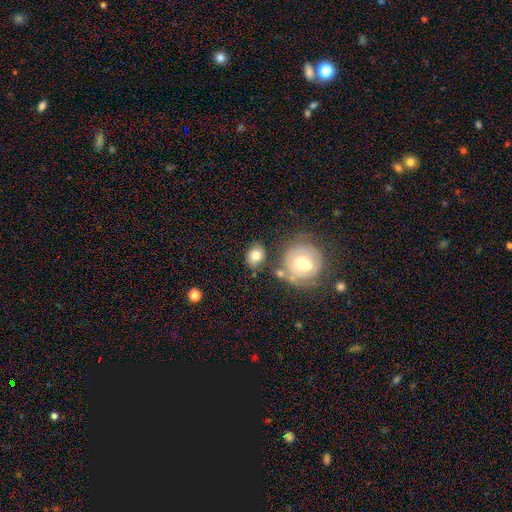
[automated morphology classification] This appears to be a smooth galaxy with no disk features (71%) that is round (62%). Merging: none (67%).